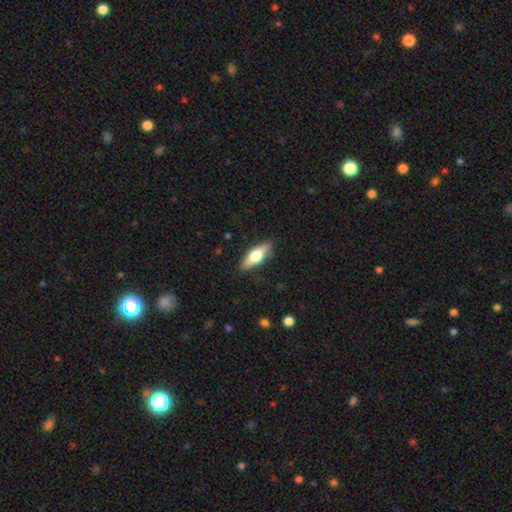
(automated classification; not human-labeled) Smooth or featured? smooth (60%)
How rounded? in between (57%)
Merging? none (85%)